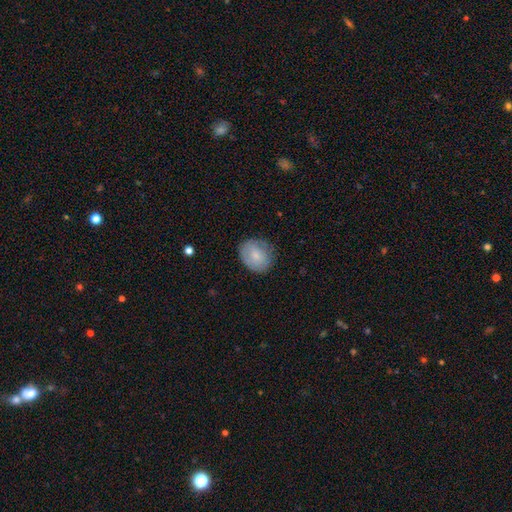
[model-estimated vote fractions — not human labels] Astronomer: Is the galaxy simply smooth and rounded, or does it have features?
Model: smooth — 78%.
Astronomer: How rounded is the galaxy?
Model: round — 62%.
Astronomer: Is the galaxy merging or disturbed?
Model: none — 77%.